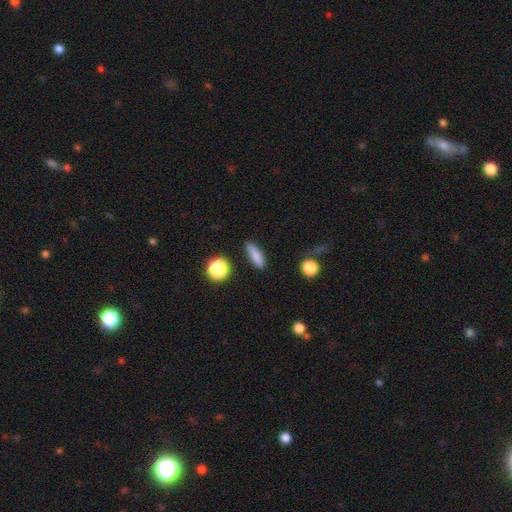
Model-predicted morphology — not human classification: smooth 82%, featured or disk 9%, star or artifact 9%. Down the decision tree: how rounded — cigar-shaped (64%); merging — none (85%).